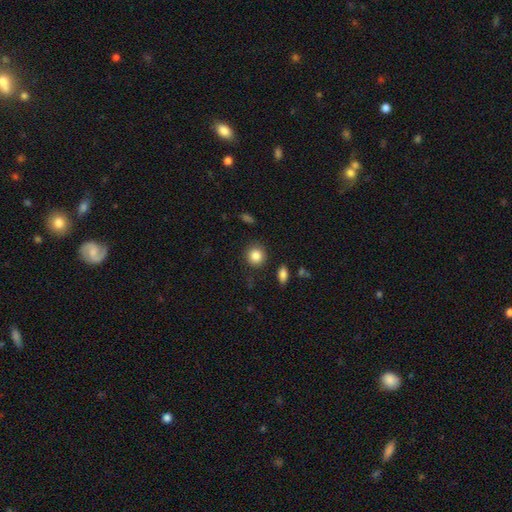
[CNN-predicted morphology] type=smooth (86%); roundness=round (88%); merging=none (88%).